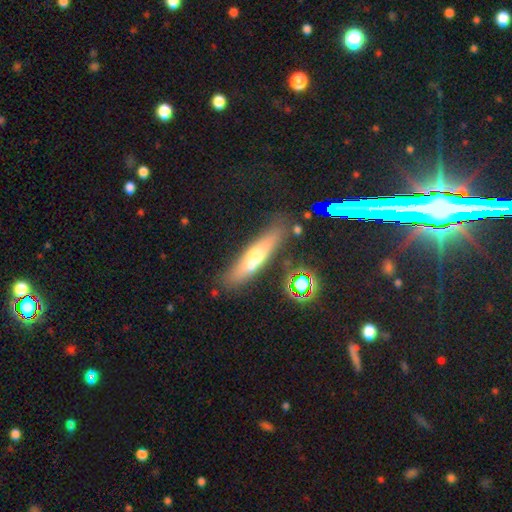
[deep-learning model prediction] smooth 48%, featured or disk 43%, star or artifact 9%. Down the decision tree: merging — none (75%).